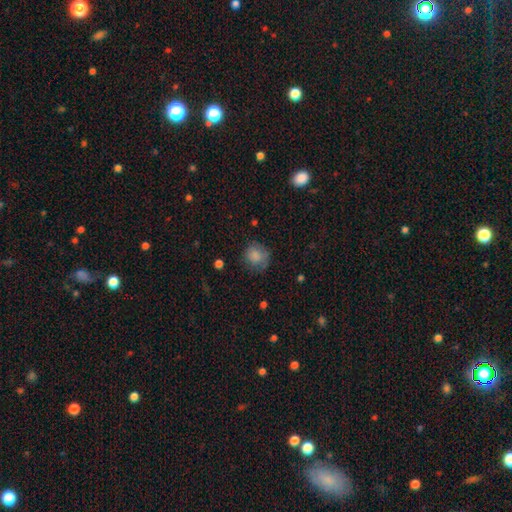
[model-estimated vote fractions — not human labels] Q: Smooth or featured?
A: smooth (81%); runner-up: star or artifact (10%)
Q: How rounded?
A: round (82%); runner-up: in between (17%)
Q: Merging?
A: none (65%); runner-up: minor disturbance (23%)